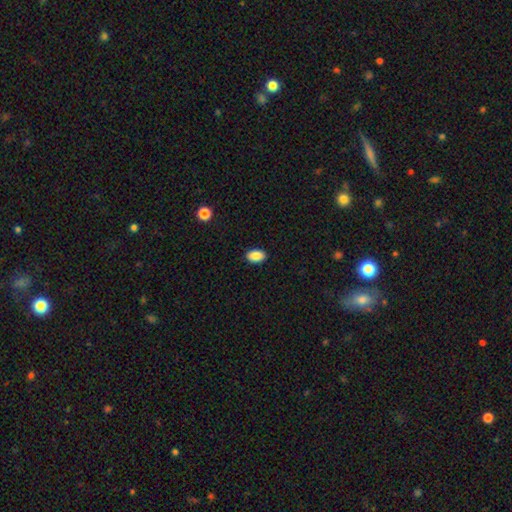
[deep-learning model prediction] Morphology: type=smooth (89%); roundness=in between (90%); merging=none (90%).